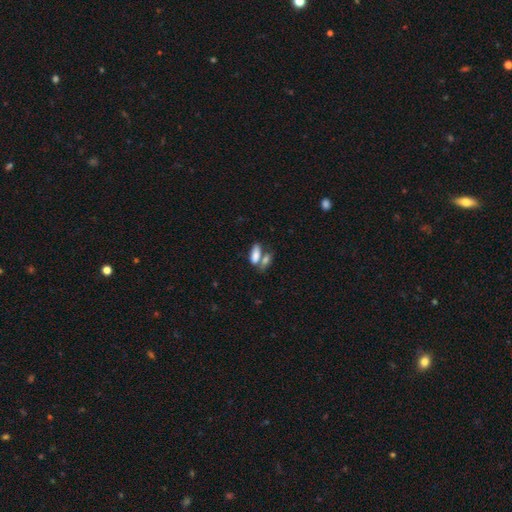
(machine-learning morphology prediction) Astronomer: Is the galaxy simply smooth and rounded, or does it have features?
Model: smooth — 80%.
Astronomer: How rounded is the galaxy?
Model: in between — 77%.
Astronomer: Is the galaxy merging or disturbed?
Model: merger — 48% (runner-up: none, 37%).